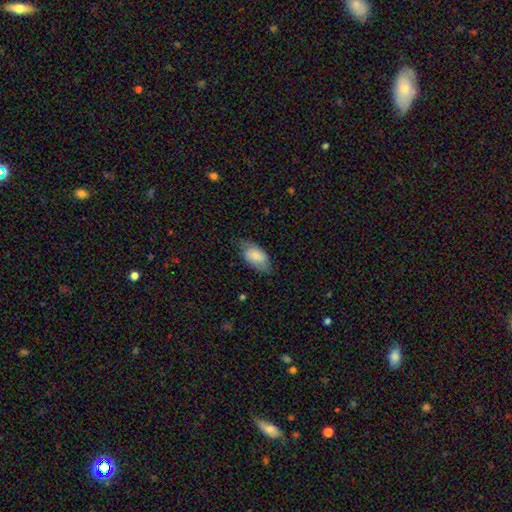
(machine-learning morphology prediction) Smooth or featured? smooth (80%)
How rounded? in between (93%)
Merging? none (63%)